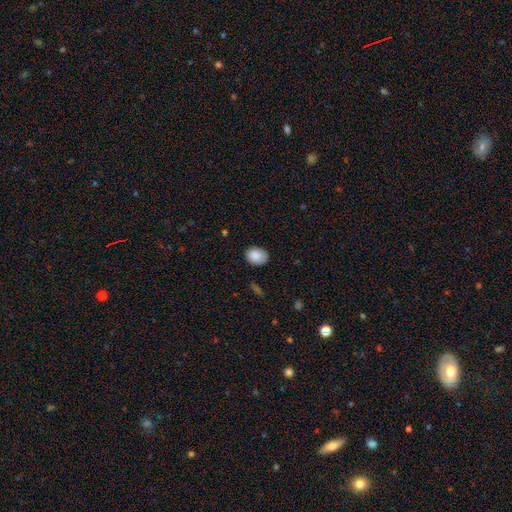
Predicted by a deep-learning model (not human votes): smooth-or-featured: smooth: 88% | star or artifact: 8% | featured or disk: 4%
  how-rounded: in between: 62% | round: 37% | cigar-shaped: 1%
  merging: none: 78% | minor disturbance: 17% | major disturbance: 3% | merger: 1%